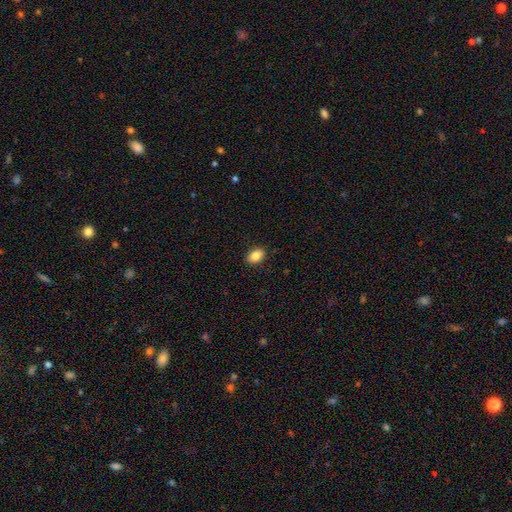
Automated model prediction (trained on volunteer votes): Smooth or featured? smooth (86%)
How rounded? in between (80%)
Merging? none (89%)